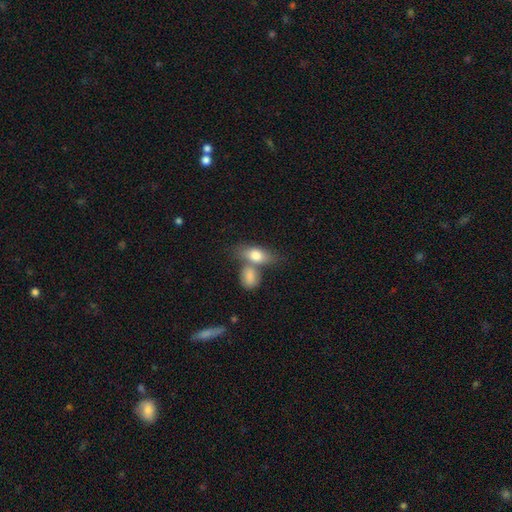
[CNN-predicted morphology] Smooth or featured: smooth — 77% (featured or disk — 17%)
How rounded: in between — 79% (cigar-shaped — 11%)
Merging: merger — 50% (none — 35%)